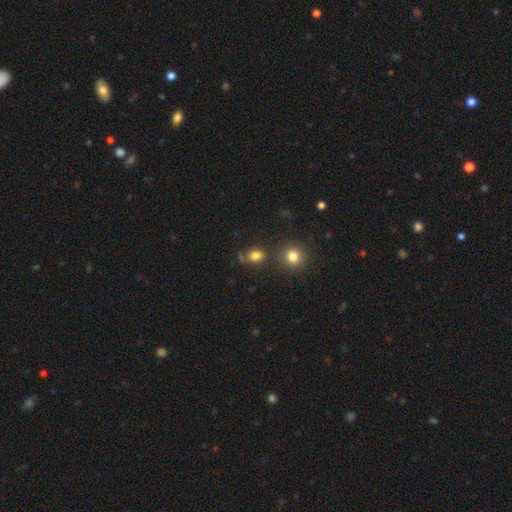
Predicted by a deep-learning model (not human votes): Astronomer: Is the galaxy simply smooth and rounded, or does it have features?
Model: smooth — 80%.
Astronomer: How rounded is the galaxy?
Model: round — 53% (runner-up: in between, 46%).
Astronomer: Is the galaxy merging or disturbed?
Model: none — 71%.